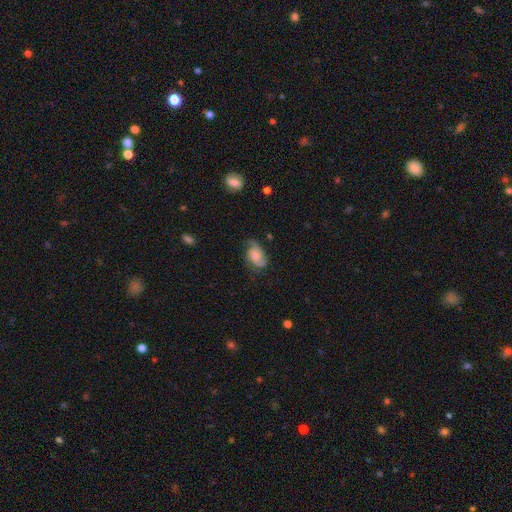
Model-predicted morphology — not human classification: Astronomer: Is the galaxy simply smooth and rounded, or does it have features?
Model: featured or disk — 76%.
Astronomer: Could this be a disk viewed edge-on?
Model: no — 97%.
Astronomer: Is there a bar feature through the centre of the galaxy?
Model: no — 73%.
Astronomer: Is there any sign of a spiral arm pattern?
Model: yes — 95%.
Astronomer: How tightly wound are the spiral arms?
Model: medium — 44% (runner-up: tight, 32%).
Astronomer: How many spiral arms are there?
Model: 2 — 64%.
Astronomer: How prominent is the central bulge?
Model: small — 58% (runner-up: moderate, 33%).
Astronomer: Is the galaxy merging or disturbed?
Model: none — 62%.